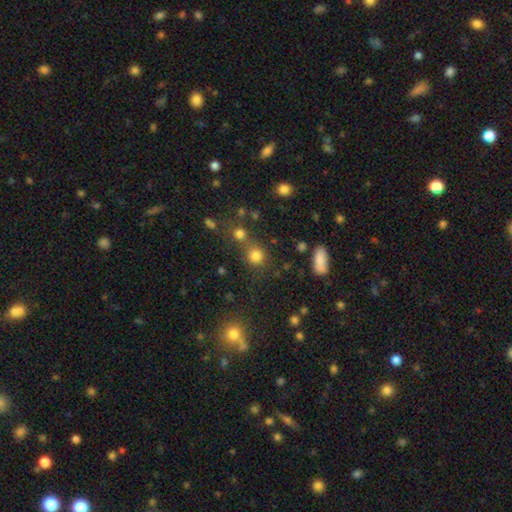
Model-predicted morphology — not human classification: This is likely a smooth galaxy (77%). How rounded: clearly round (87%). Merging: likely none (60%).